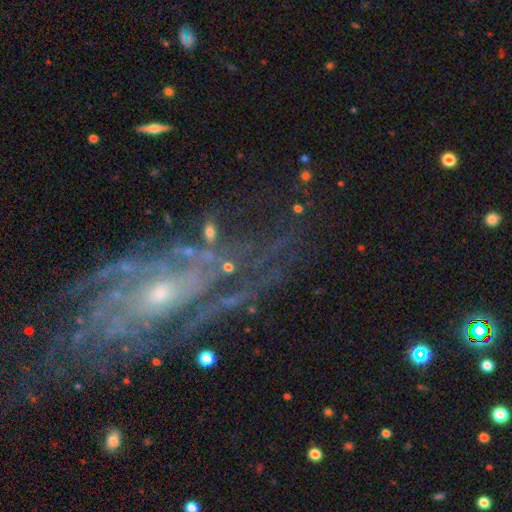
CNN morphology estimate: This is clearly a featured or disk galaxy (86%). It is clearly not viewed edge-on (92%). Bar: likely no (68%). Spiral arm pattern: clearly yes (96%). Spiral arm count: marginally can't tell (35%). Spiral winding: likely tight (62%). Central bulge: likely small (67%). Merging: likely none (71%).